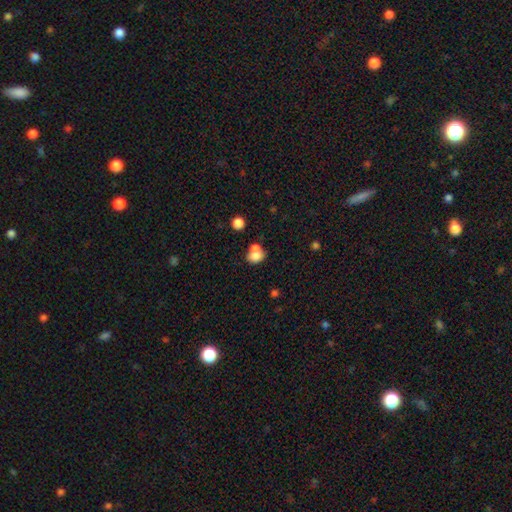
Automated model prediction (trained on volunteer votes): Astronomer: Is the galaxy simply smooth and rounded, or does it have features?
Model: smooth — 76%.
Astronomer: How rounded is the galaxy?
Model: in between — 51% (runner-up: round, 48%).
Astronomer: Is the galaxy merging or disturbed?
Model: merger — 51% (runner-up: none, 33%).